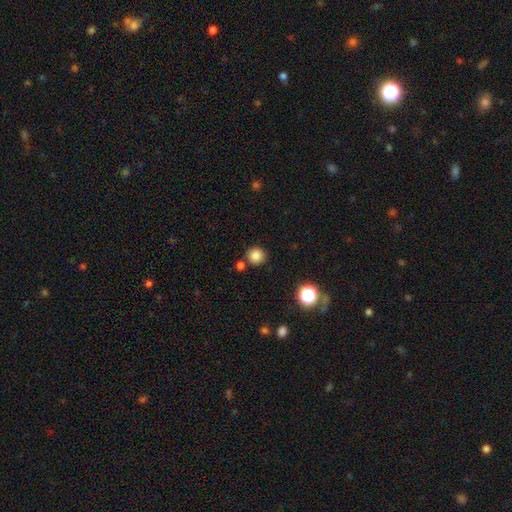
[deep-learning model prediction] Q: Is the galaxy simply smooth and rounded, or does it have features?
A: smooth — 84%.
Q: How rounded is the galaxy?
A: round — 93%.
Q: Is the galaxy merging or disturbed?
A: none — 84%.